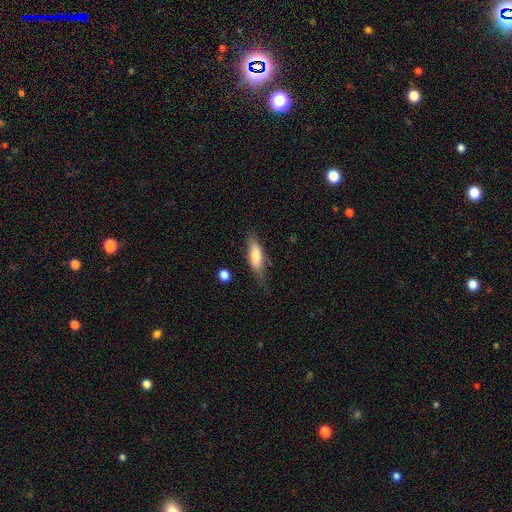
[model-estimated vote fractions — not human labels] Smooth or featured? Predicted: smooth (p=0.76). How rounded? Predicted: in between (p=0.55). Merging? Predicted: none (p=0.63).